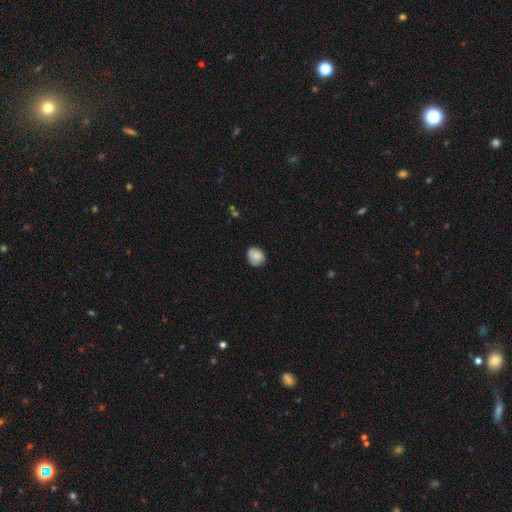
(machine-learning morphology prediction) This is likely a smooth galaxy (79%). How rounded: likely round (68%). Merging: likely none (72%).